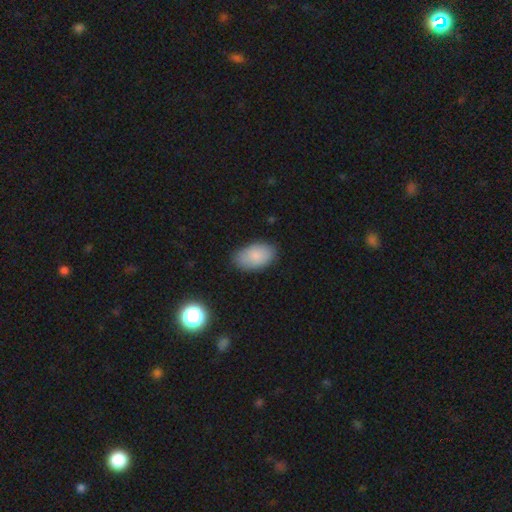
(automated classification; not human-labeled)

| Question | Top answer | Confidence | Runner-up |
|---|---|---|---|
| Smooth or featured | smooth | 85% | featured or disk (8%) |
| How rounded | in between | 94% | round (5%) |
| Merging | none | 83% | minor disturbance (13%) |